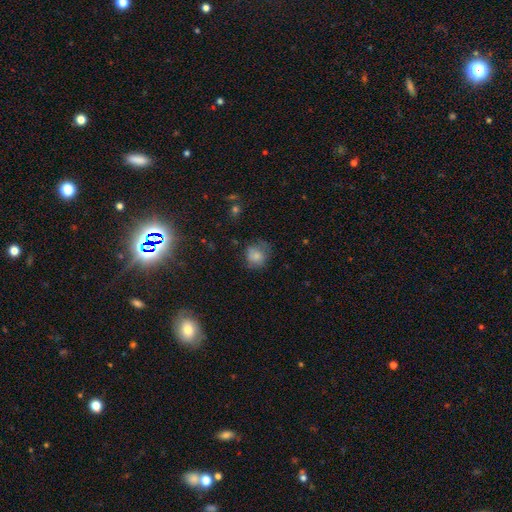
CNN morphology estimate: smooth 72%, featured or disk 17%, star or artifact 10%. Down the decision tree: how rounded — round (78%); merging — none (56%).